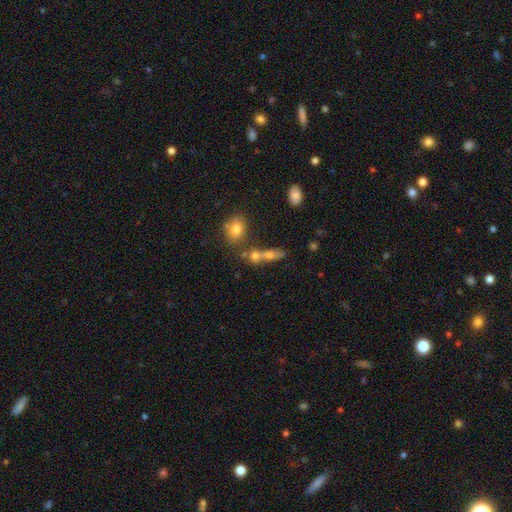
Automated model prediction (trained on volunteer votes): This is likely a smooth galaxy (64%). How rounded: marginally in between (40%, tied with round). Merging: possibly merger (49%).